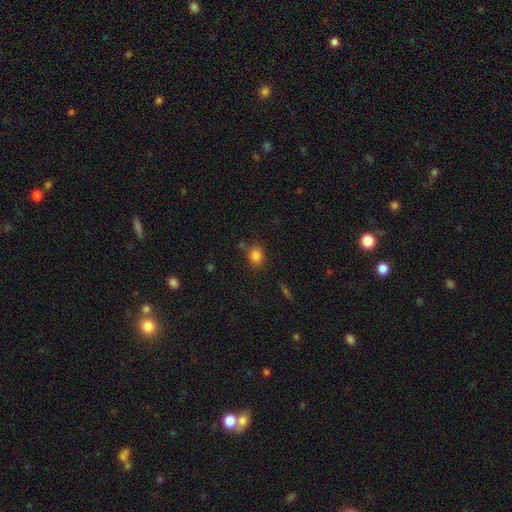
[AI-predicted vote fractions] smooth_or_featured: smooth (p=0.83) [alt: star or artifact p=0.11]
how_rounded: round (p=0.62) [alt: in between p=0.37]
merging: none (p=0.75) [alt: minor disturbance p=0.14]